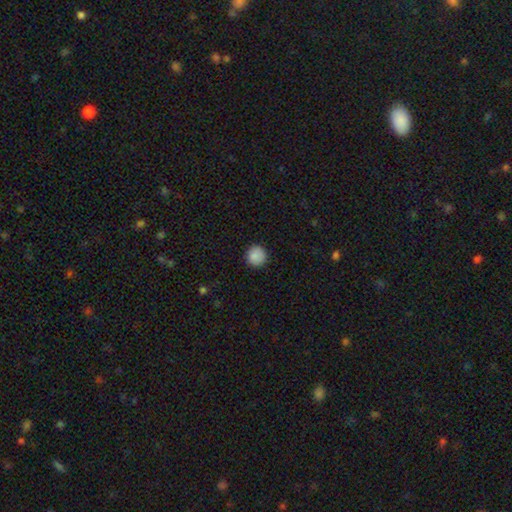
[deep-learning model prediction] The model was most divided on "smooth or featured": smooth: 89%, star or artifact: 8%, featured or disk: 3%. More confident: how rounded — round (95%); merging — none (91%).